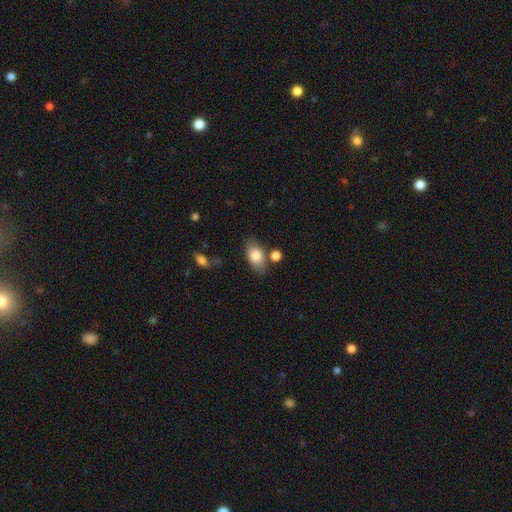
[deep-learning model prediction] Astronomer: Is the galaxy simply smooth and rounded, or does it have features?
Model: smooth — 82%.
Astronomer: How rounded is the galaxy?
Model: in between — 89%.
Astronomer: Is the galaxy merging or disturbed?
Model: none — 71%.